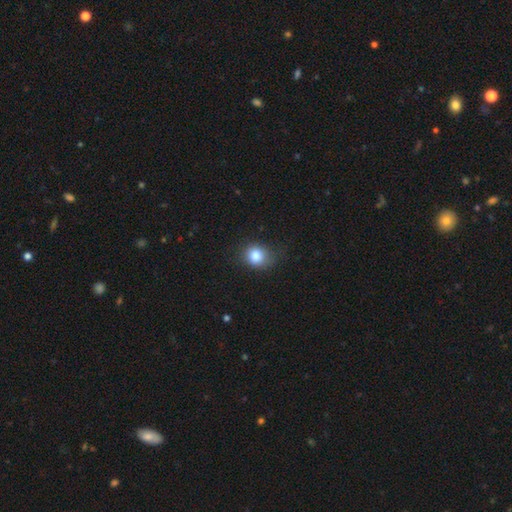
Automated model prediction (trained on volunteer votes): smooth 84%, star or artifact 10%, featured or disk 6%. Down the decision tree: how rounded — round (70%); merging — none (73%).